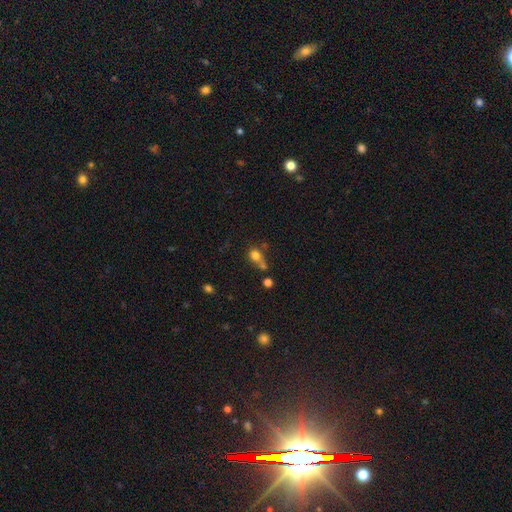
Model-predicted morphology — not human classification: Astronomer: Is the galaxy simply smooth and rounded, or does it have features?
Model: smooth — 75%.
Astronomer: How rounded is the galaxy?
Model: round — 63%.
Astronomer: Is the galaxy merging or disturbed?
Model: none — 37% (runner-up: merger, 35%).